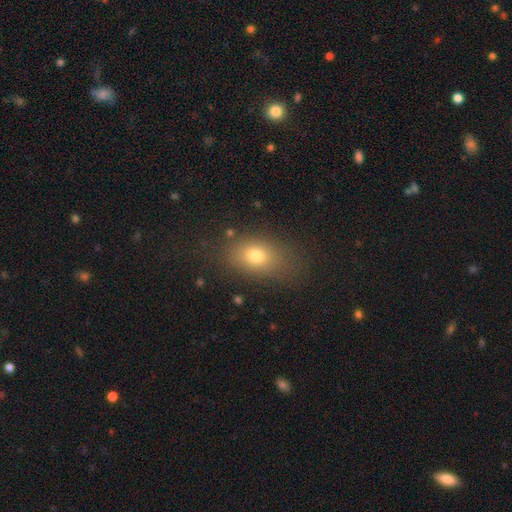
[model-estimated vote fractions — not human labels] Smooth or featured: smooth — 74% (star or artifact — 14%)
How rounded: in between — 77% (round — 19%)
Merging: none — 78% (minor disturbance — 14%)